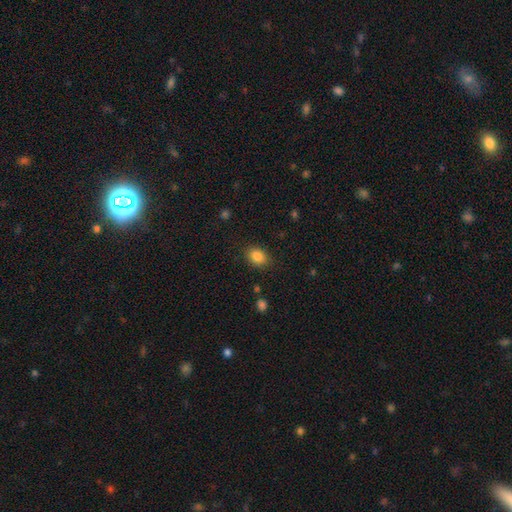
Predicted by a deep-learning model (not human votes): Overall: smooth (85%). How rounded: in between (64%; round 35%). Merging: none (86%).